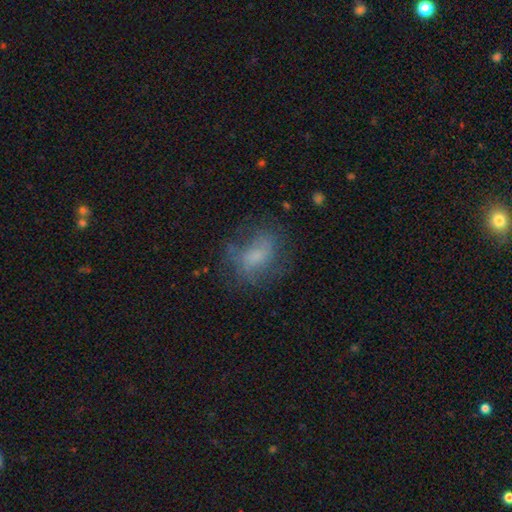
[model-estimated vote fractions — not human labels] Overall: smooth (50%; featured or disk 38%). Merging: none (56%; minor disturbance 23%).